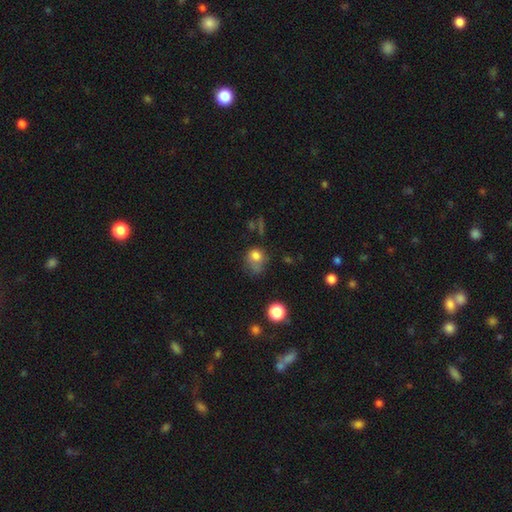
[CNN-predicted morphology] Smooth or featured? Predicted: smooth (p=0.76). How rounded? Predicted: round (p=0.64). Merging? Predicted: none (p=0.36).